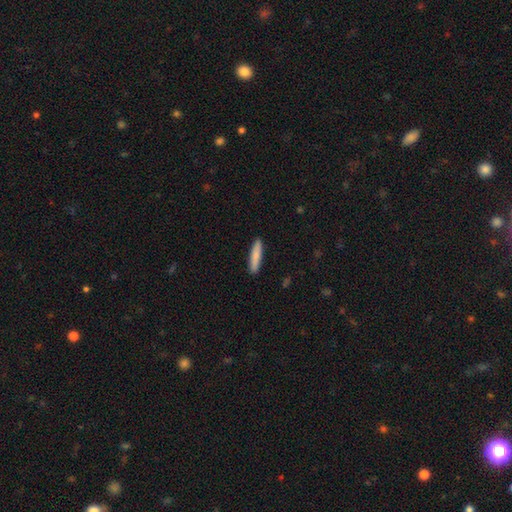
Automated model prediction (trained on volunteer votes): Overall: smooth (83%). How rounded: cigar-shaped (88%). Merging: none (91%).